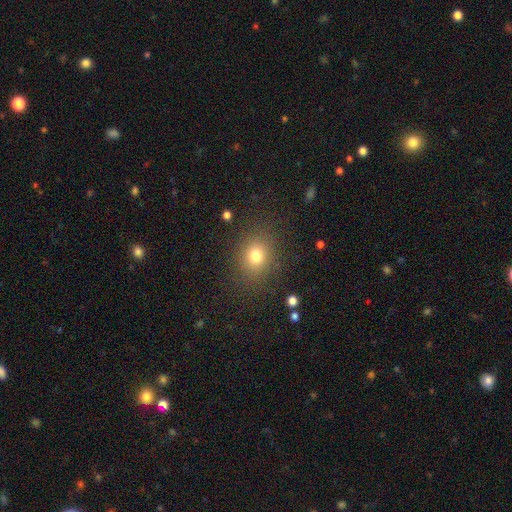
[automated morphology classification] A smooth galaxy with no disk features (77%) that is round (63%). Merging: none (84%).